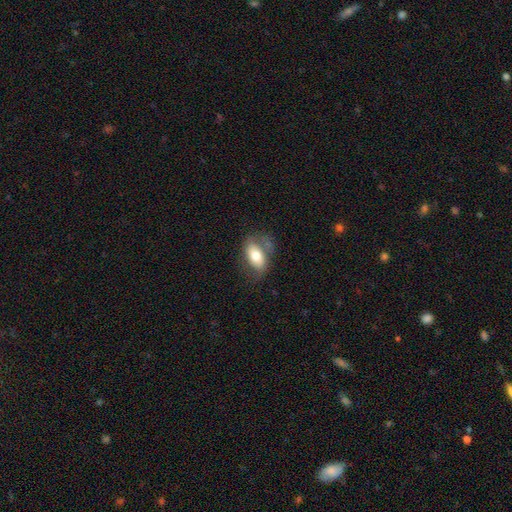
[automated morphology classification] type=smooth (63%); roundness=in between (90%); merging=none (54%).